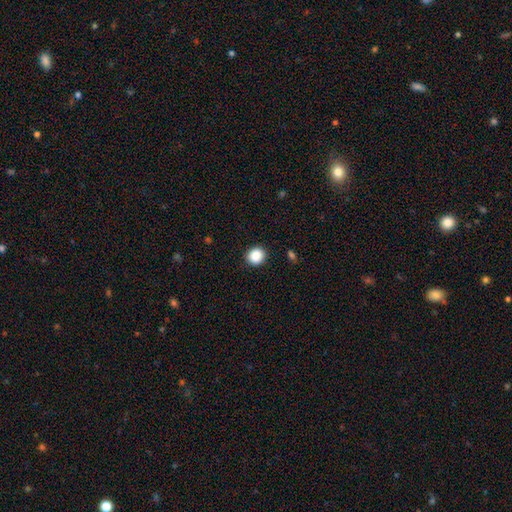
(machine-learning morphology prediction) This appears to be a smooth galaxy with no disk features (88%) that is round (86%). Merging: none (91%).